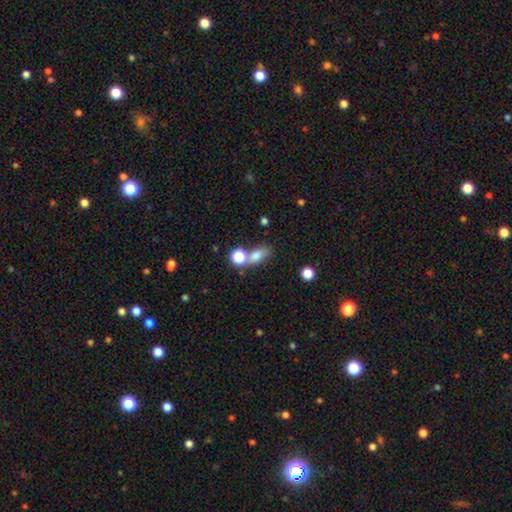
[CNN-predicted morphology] Smooth or featured?
  - smooth: 75% *
  - star or artifact: 15%
  - featured or disk: 10%
How rounded?
  - in between: 73% *
  - round: 20%
  - cigar-shaped: 8%
Merging?
  - none: 50% *
  - merger: 31%
  - minor disturbance: 13%
  - major disturbance: 7%